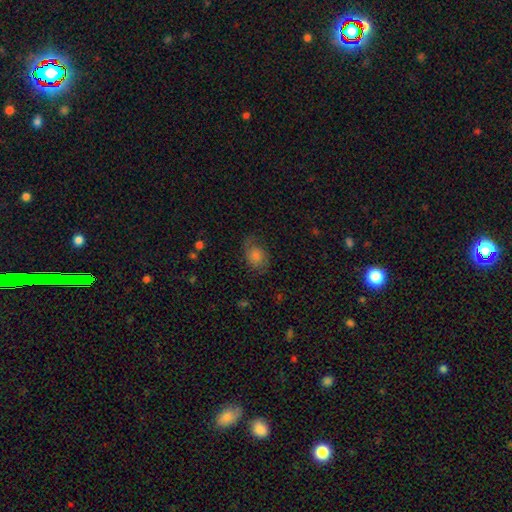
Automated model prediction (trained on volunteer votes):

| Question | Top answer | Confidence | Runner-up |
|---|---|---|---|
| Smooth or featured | smooth | 45% | featured or disk (41%) |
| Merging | none | 66% | minor disturbance (21%) |